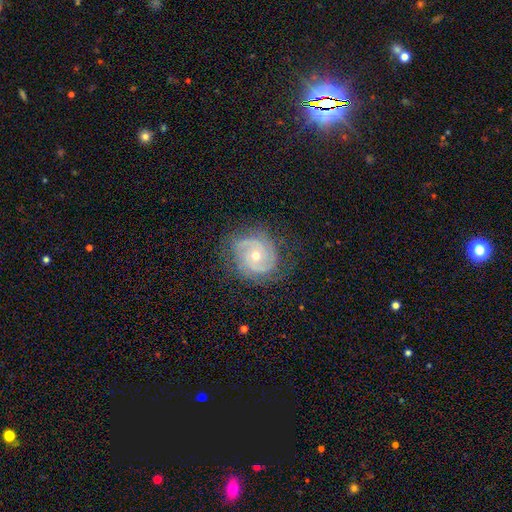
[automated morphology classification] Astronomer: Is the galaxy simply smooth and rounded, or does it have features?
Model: featured or disk — 85%.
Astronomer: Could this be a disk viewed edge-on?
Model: no — 98%.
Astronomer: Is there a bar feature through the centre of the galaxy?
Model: no — 71%.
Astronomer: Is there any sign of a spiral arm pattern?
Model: yes — 96%.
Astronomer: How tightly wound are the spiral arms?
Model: tight — 62%.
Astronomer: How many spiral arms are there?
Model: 2 — 55%.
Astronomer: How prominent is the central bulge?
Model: moderate — 51% (runner-up: small, 46%).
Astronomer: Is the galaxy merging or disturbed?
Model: none — 78%.